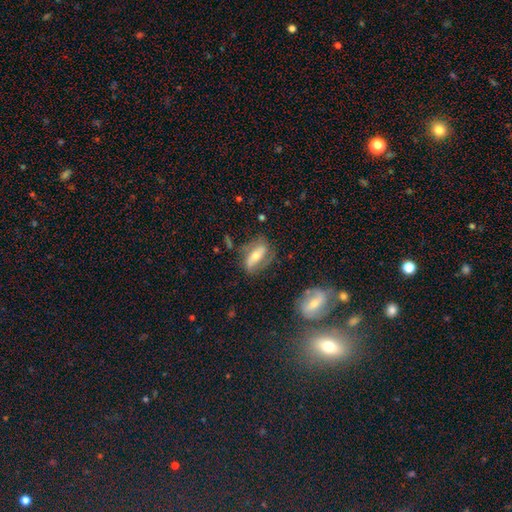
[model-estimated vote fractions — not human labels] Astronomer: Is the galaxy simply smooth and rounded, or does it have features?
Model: featured or disk — 61%.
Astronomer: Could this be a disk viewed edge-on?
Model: no — 83%.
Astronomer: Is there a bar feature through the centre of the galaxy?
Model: strong — 53%.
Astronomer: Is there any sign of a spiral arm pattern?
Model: yes — 78%.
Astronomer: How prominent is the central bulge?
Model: moderate — 54% (runner-up: small, 34%).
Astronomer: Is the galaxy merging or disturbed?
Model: none — 64%.